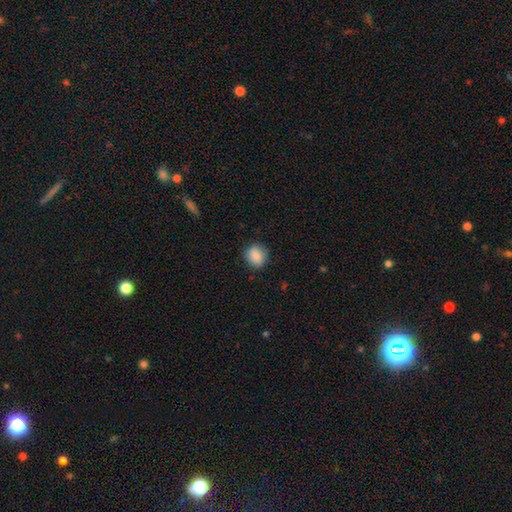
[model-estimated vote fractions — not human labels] Overall: smooth (86%). How rounded: round (71%). Merging: none (84%).